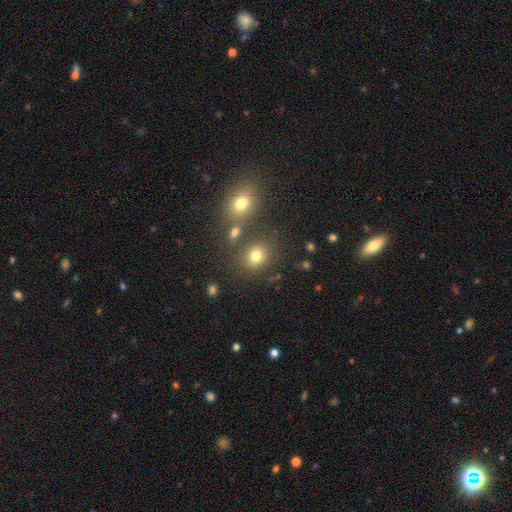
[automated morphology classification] A smooth galaxy with no disk features (75%) that is round (59%). Merging: none (70%).